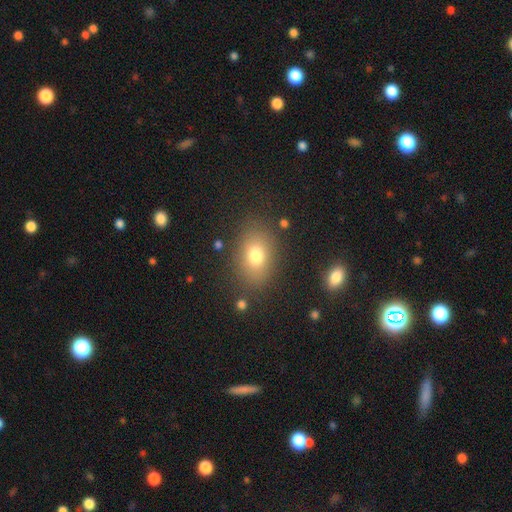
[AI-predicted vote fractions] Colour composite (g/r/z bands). It shows a smooth galaxy with no disk features (76%) that is in between round and cigar-shaped (77%). Merging: none (82%).